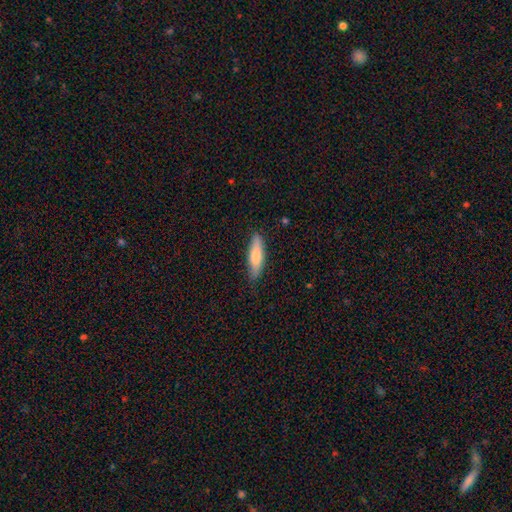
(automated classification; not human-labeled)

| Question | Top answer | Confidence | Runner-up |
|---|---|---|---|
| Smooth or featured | smooth | 73% | featured or disk (21%) |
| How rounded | cigar-shaped | 66% | in between (32%) |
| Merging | none | 85% | minor disturbance (12%) |